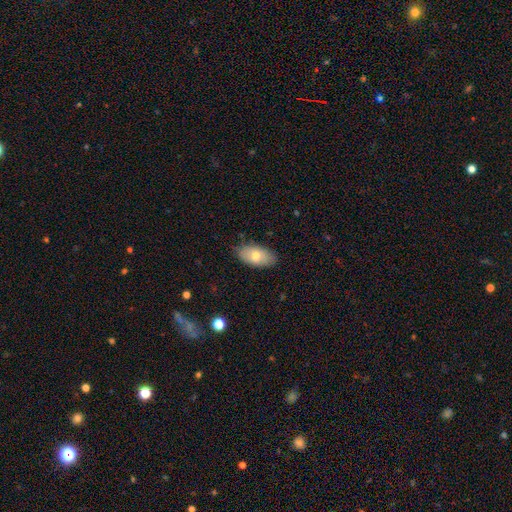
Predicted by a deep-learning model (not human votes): Q: Smooth or featured?
A: smooth (73%); runner-up: featured or disk (20%)
Q: How rounded?
A: in between (93%); runner-up: round (4%)
Q: Merging?
A: none (83%); runner-up: minor disturbance (14%)